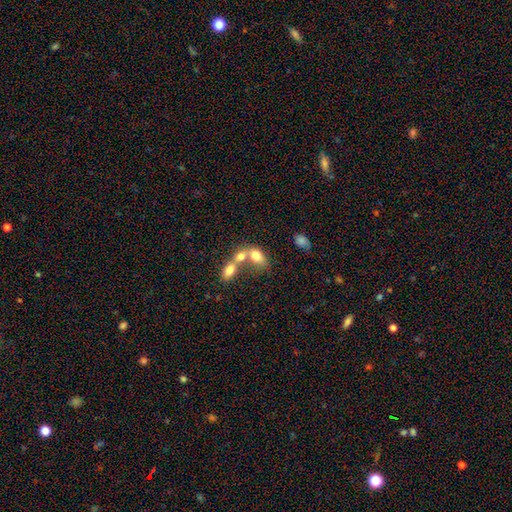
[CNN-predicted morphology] smooth-or-featured: smooth: 73% | featured or disk: 18% | star or artifact: 10%
  how-rounded: in between: 78% | round: 19% | cigar-shaped: 3%
  merging: merger: 68% | none: 20% | minor disturbance: 7% | major disturbance: 6%